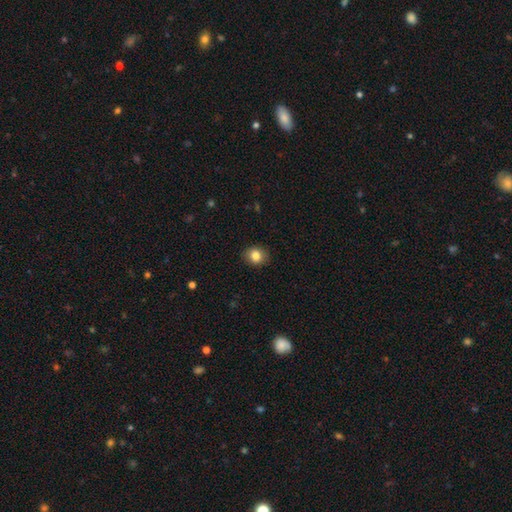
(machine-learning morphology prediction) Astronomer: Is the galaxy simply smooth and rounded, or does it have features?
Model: smooth — 84%.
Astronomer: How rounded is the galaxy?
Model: round — 70%.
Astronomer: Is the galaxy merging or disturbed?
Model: none — 89%.